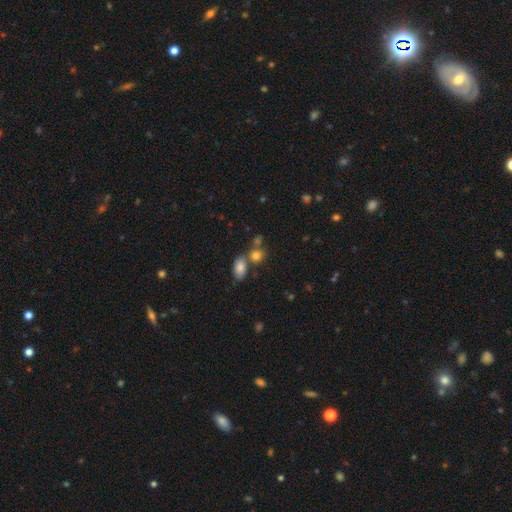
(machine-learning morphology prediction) Overall: smooth (79%). How rounded: round (49%, tied with in between). Merging: none (54%; merger 31%).